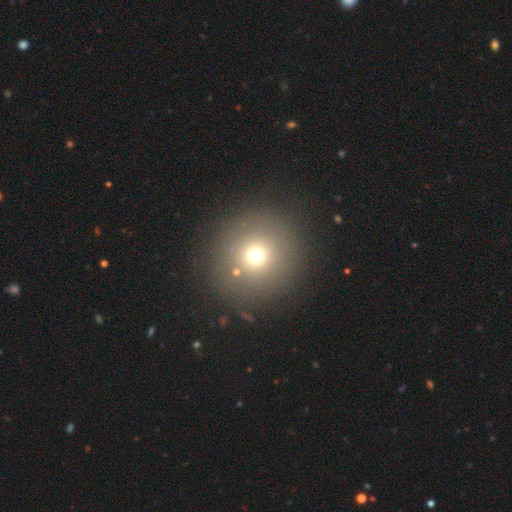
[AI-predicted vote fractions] This appears to be a smooth galaxy with no disk features (68%) that is round (94%). Merging: none (85%).